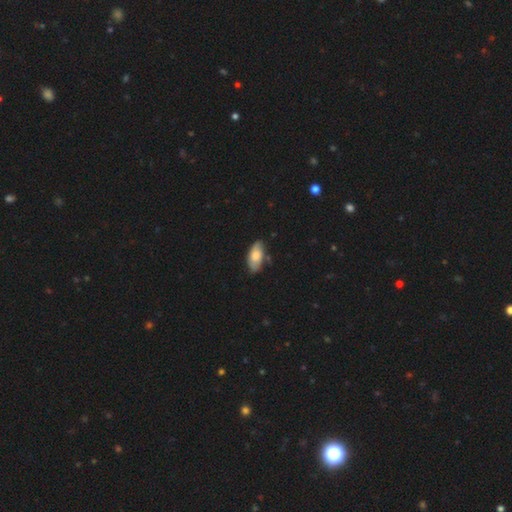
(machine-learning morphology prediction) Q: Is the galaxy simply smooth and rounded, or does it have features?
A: smooth — 71%.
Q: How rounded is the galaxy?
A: in between — 90%.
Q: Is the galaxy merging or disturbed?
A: none — 73%.